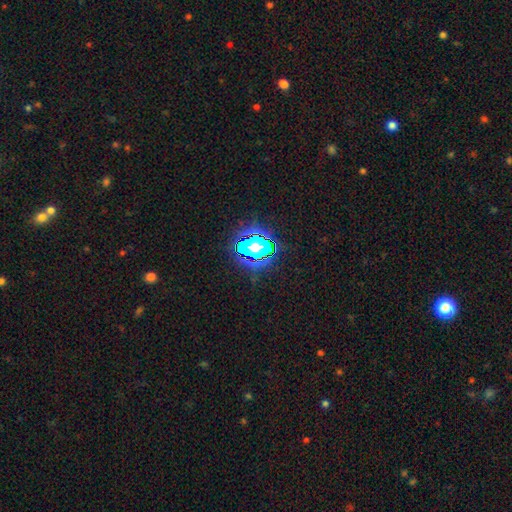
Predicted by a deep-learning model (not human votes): Smooth or featured? Predicted: star or artifact (p=0.78).